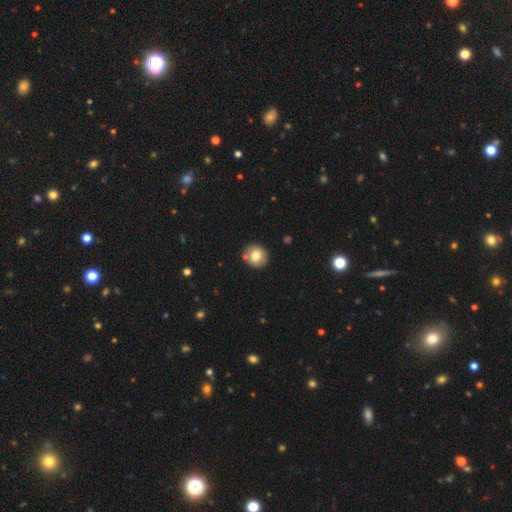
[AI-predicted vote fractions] Q: Smooth or featured?
A: smooth (77%); runner-up: featured or disk (13%)
Q: How rounded?
A: round (89%); runner-up: in between (10%)
Q: Merging?
A: none (82%); runner-up: minor disturbance (9%)